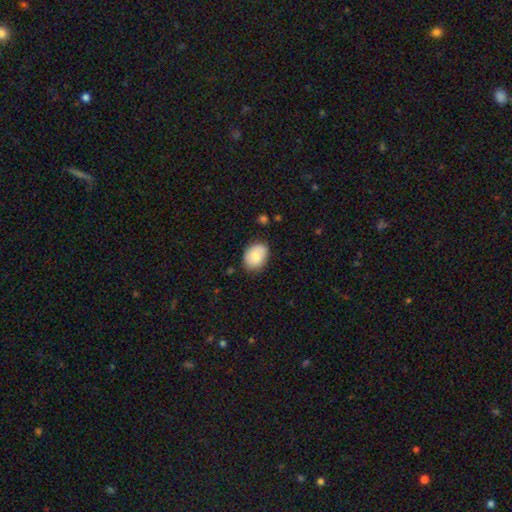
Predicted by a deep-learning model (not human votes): Morphology: type=smooth (76%); roundness=in between (62%); merging=none (79%).